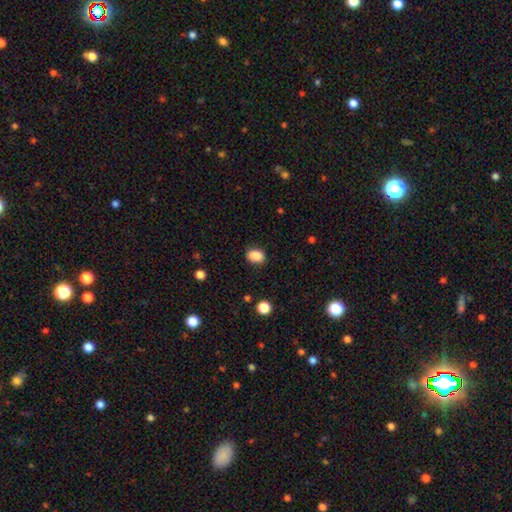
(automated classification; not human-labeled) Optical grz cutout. It shows a smooth galaxy with no disk features (88%) that is in between round and cigar-shaped (74%). Merging: none (86%).